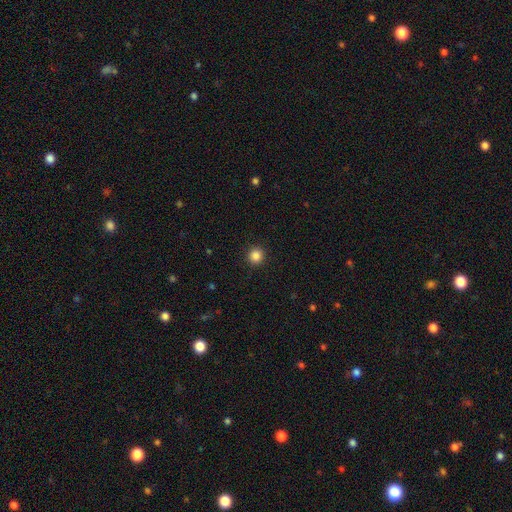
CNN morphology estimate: Smooth or featured? smooth (85%)
How rounded? round (94%)
Merging? none (92%)